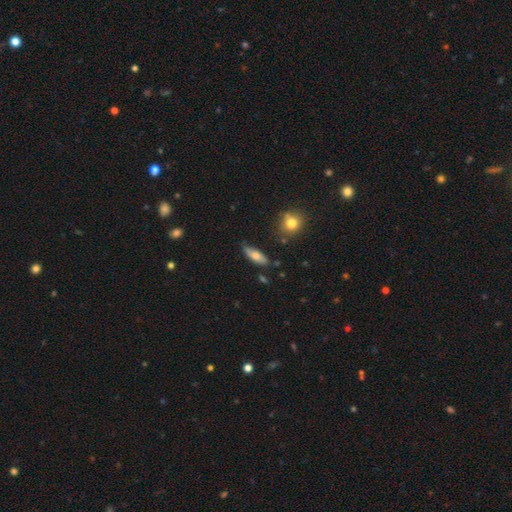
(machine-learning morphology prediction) Smooth or featured: smooth — 68% (featured or disk — 24%)
How rounded: in between — 69% (cigar-shaped — 28%)
Merging: none — 70% (minor disturbance — 23%)